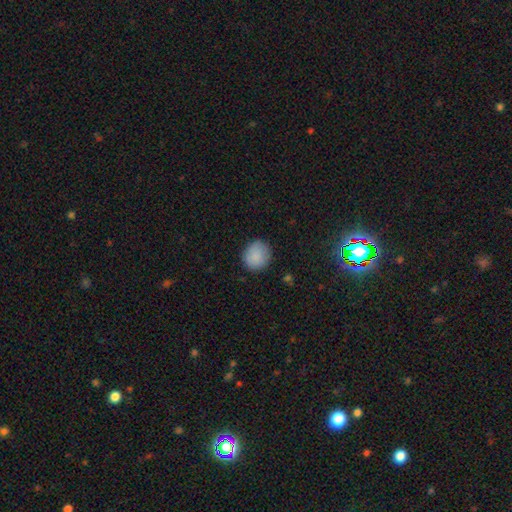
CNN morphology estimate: A smooth galaxy with no disk features (88%) that is round (86%).

Vote fractions:
- Smooth or featured? smooth: 88% / star or artifact: 7% / featured or disk: 4%
- How rounded? round: 86% / in between: 13% / cigar-shaped: 1%
- Merging? none: 85% / minor disturbance: 11% / major disturbance: 3% / merger: 1%